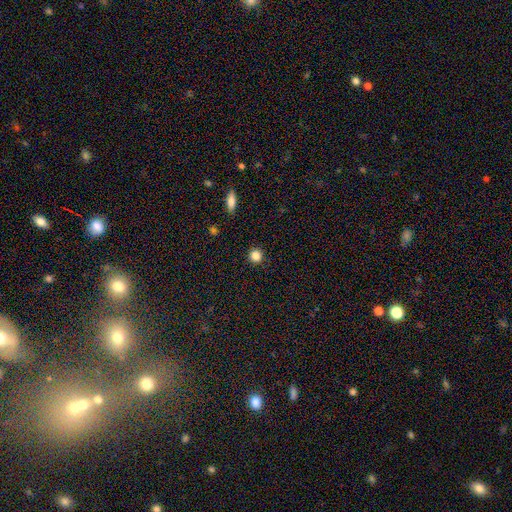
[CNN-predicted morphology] Smooth or featured: smooth — 85% (star or artifact — 11%)
How rounded: round — 94% (in between — 5%)
Merging: none — 92% (minor disturbance — 5%)